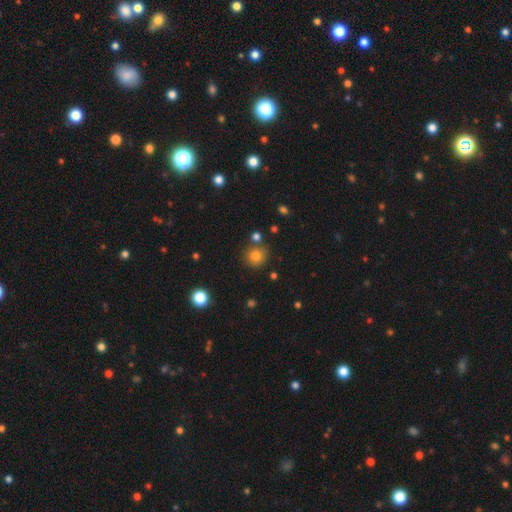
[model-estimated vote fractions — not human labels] Overall: smooth (80%). How rounded: round (90%). Merging: none (79%).